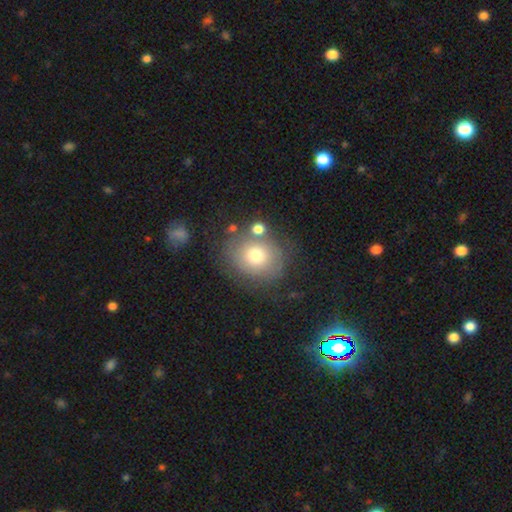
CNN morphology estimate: Smooth or featured: smooth — 66% (featured or disk — 22%)
How rounded: round — 75% (in between — 24%)
Merging: none — 67% (minor disturbance — 16%)